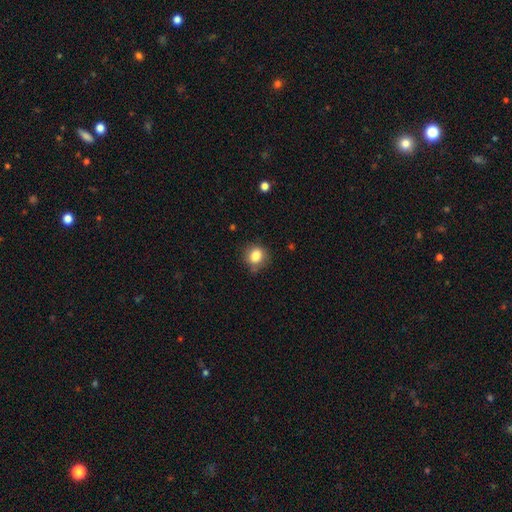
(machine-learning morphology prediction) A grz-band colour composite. It shows a smooth galaxy with no disk features (83%) that is round (68%). Merging: none (74%).